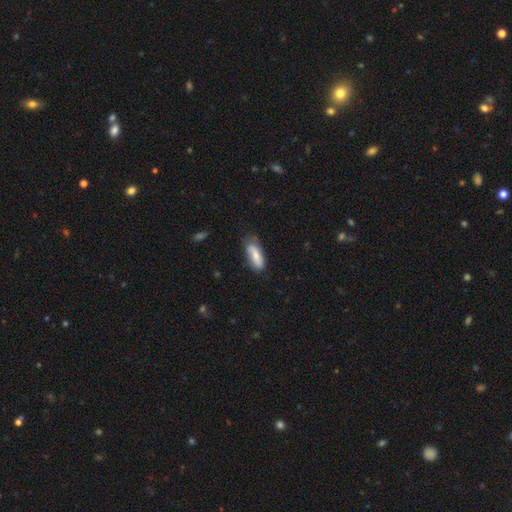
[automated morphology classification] Q: Smooth or featured?
A: smooth (70%); runner-up: featured or disk (23%)
Q: How rounded?
A: in between (70%); runner-up: cigar-shaped (28%)
Q: Merging?
A: none (64%); runner-up: minor disturbance (28%)